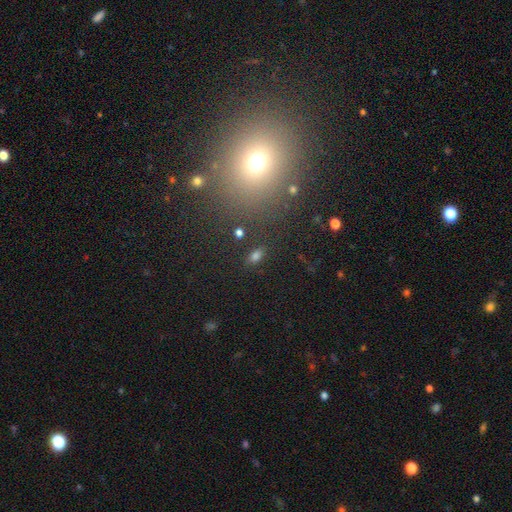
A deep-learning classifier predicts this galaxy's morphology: smooth 75%, star or artifact 18%, featured or disk 8%. Down the decision tree: how rounded — in between (86%); merging — none (83%).